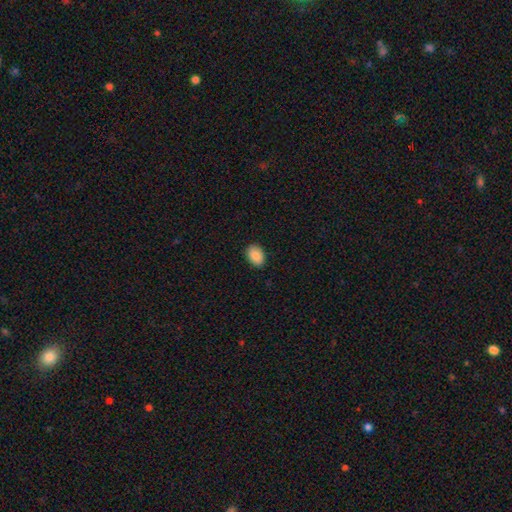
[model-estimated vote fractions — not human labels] The model was most divided on "how rounded": in between: 83%, round: 16%, cigar-shaped: 1%. More confident: merging — none (89%); smooth or featured — smooth (87%).